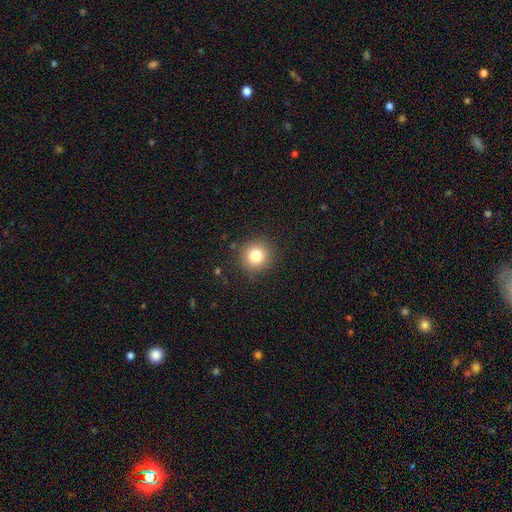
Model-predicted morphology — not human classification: smooth-or-featured: smooth: 81% | star or artifact: 12% | featured or disk: 8%
  how-rounded: round: 92% | in between: 7% | cigar-shaped: 1%
  merging: none: 89% | minor disturbance: 7% | major disturbance: 3% | merger: 1%